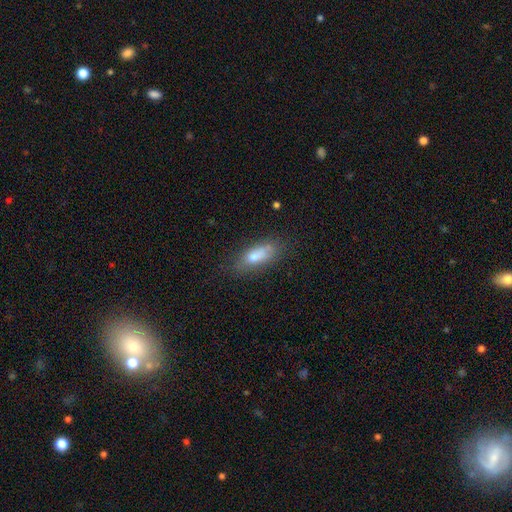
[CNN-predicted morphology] Smooth or featured: smooth — 74% (featured or disk — 16%)
How rounded: in between — 67% (cigar-shaped — 29%)
Merging: none — 68% (minor disturbance — 22%)